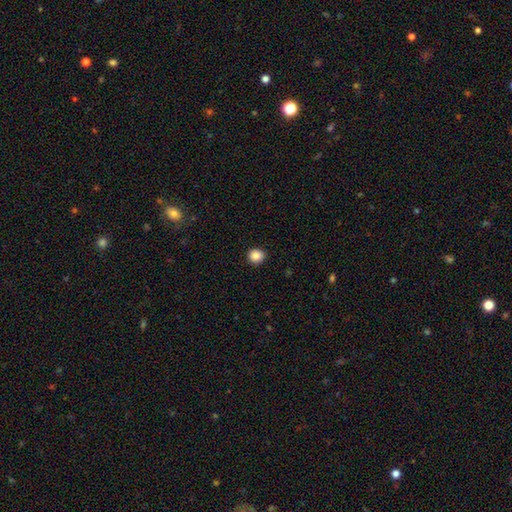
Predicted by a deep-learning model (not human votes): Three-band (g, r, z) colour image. It shows a smooth galaxy with no disk features (86%) that is round (88%). Merging: none (92%).